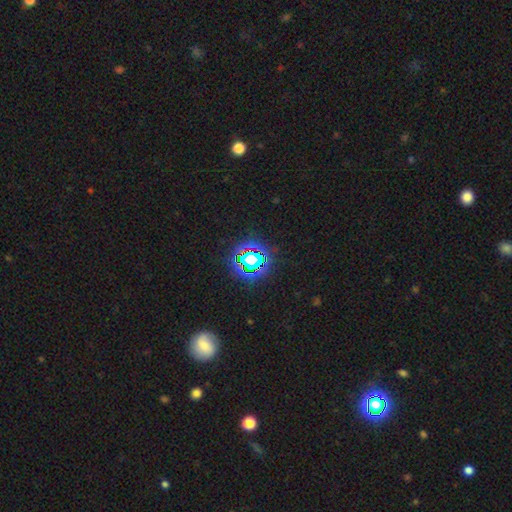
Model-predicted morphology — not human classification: The model was most divided on "smooth or featured": star or artifact: 73%, smooth: 17%, featured or disk: 10%.